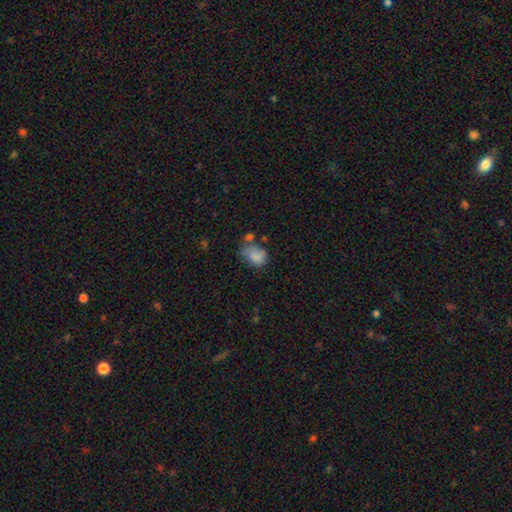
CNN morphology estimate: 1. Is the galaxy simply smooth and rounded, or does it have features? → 74% smooth, 15% featured or disk, 10% star or artifact.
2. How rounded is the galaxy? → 74% in between, 25% round, 1% cigar-shaped.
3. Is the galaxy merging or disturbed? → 34% none, 30% minor disturbance, 19% major disturbance, 16% merger.